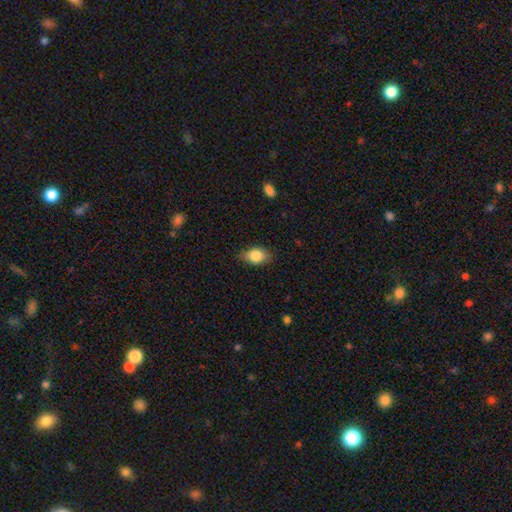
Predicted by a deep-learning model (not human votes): Smooth or featured?
  - smooth: 81% *
  - featured or disk: 11%
  - star or artifact: 8%
How rounded?
  - in between: 83% *
  - round: 15%
  - cigar-shaped: 3%
Merging?
  - none: 80% *
  - minor disturbance: 16%
  - major disturbance: 3%
  - merger: 1%